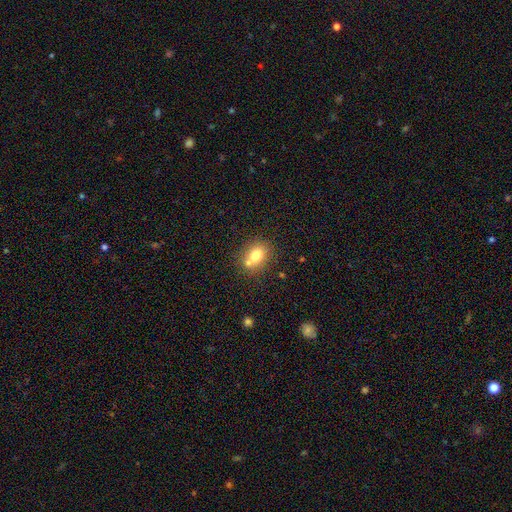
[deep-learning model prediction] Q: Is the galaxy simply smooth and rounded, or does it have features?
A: smooth — 75%.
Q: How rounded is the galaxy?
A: round — 53%.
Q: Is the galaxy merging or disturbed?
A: none — 55%.